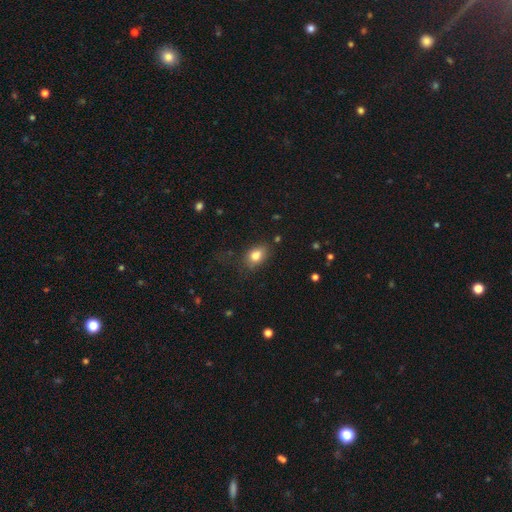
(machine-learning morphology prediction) smooth-or-featured: smooth: 81% | featured or disk: 9% | star or artifact: 9%
  how-rounded: in between: 79% | round: 19% | cigar-shaped: 2%
  merging: none: 67% | minor disturbance: 22% | major disturbance: 8% | merger: 3%